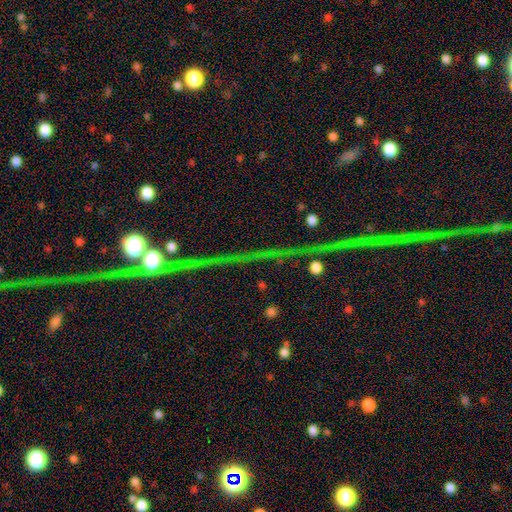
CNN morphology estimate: Smooth or featured?
  - star or artifact: 74% *
  - featured or disk: 15%
  - smooth: 11%